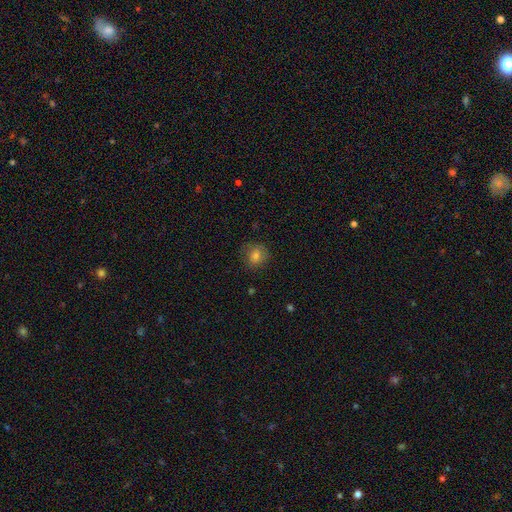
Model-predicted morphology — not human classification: type=smooth (74%); roundness=round (73%); merging=none (77%).